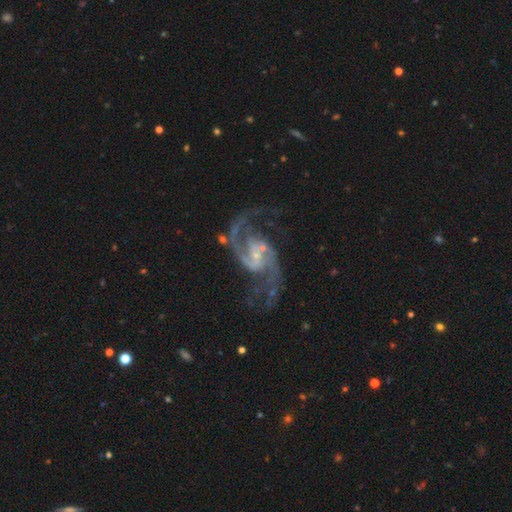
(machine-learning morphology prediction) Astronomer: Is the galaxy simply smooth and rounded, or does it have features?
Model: featured or disk — 93%.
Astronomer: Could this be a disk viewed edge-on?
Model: no — 98%.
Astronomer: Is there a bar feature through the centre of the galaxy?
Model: no — 44% (runner-up: weak, 43%).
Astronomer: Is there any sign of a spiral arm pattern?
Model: yes — 98%.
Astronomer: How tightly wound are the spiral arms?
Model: medium — 53% (runner-up: loose, 38%).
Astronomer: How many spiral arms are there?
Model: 2 — 91%.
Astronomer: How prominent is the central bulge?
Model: small — 72%.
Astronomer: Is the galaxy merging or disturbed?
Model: none — 61%.